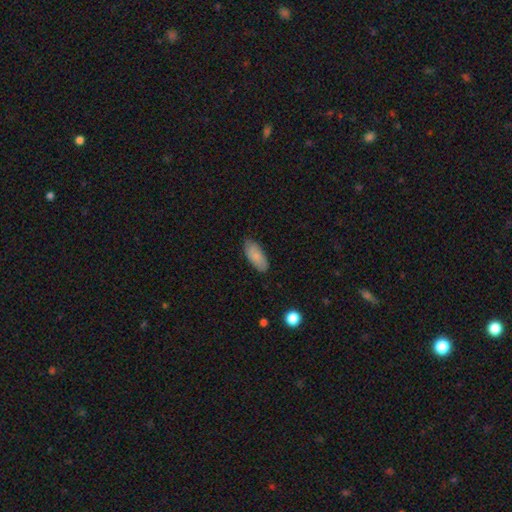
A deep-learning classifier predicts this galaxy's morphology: This is clearly a smooth galaxy (84%). How rounded: clearly in between (85%). Merging: clearly none (80%).